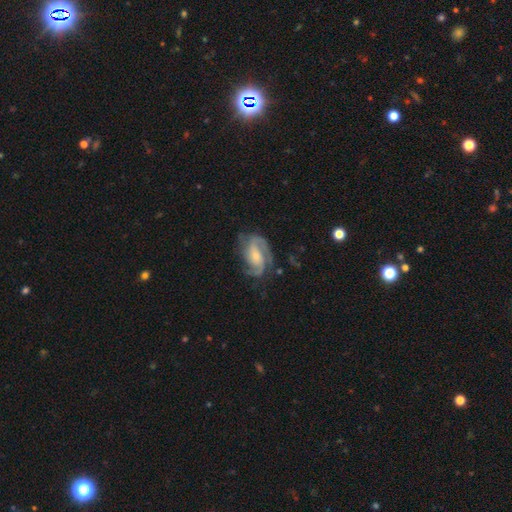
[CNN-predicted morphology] This appears to be a featured or disk galaxy (87%) with no bar (48%), 2 (62%) medium (49%) spiral arms (97%) and a small central bulge (62%). Merging: none (66%).